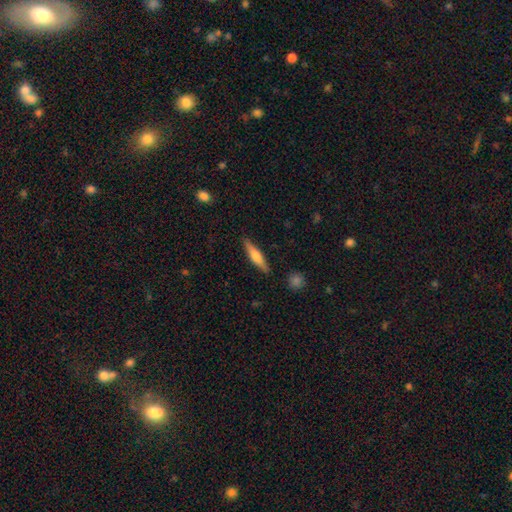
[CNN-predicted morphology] smooth 49%, featured or disk 45%, star or artifact 6%. Down the decision tree: merging — none (89%).